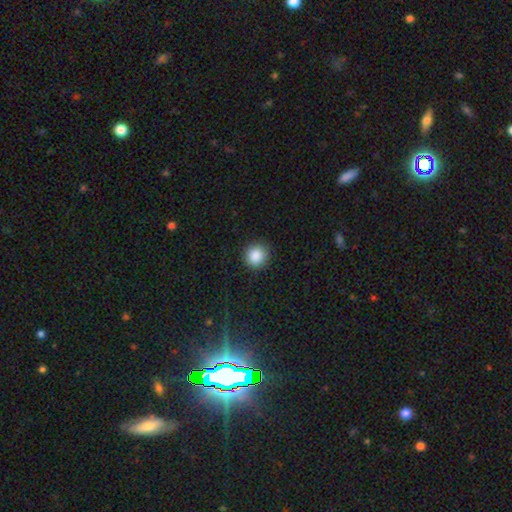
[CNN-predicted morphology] Q: Smooth or featured?
A: smooth (87%); runner-up: star or artifact (9%)
Q: How rounded?
A: round (94%); runner-up: in between (5%)
Q: Merging?
A: none (91%); runner-up: minor disturbance (6%)